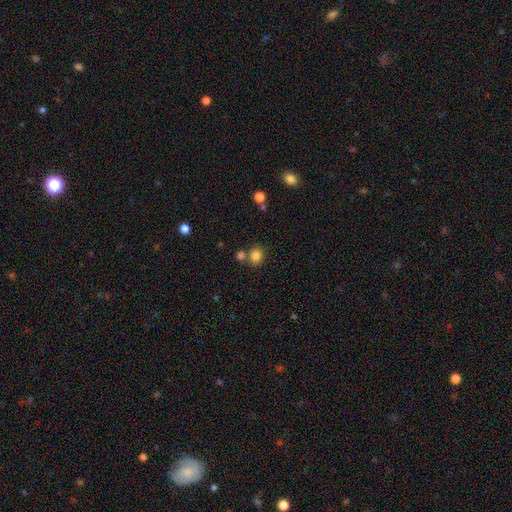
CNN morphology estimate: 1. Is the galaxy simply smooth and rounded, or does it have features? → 83% smooth, 12% star or artifact, 5% featured or disk.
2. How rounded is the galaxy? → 72% round, 27% in between, 1% cigar-shaped.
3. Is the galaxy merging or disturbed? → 67% none, 20% merger, 10% minor disturbance, 3% major disturbance.